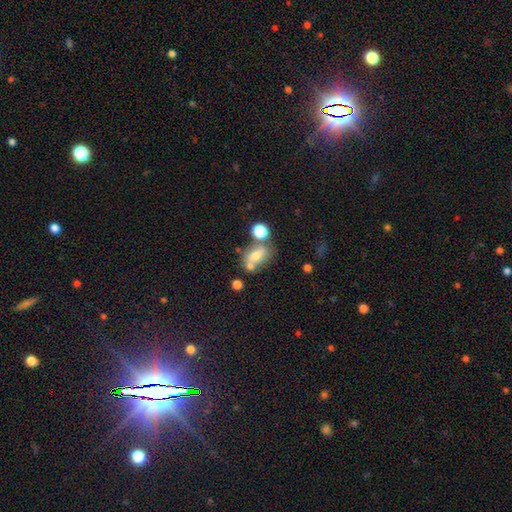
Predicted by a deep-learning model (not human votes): Smooth or featured?
  - smooth: 63% *
  - featured or disk: 25%
  - star or artifact: 12%
How rounded?
  - in between: 72% *
  - round: 24%
  - cigar-shaped: 4%
Merging?
  - none: 45% *
  - merger: 30%
  - minor disturbance: 16%
  - major disturbance: 8%